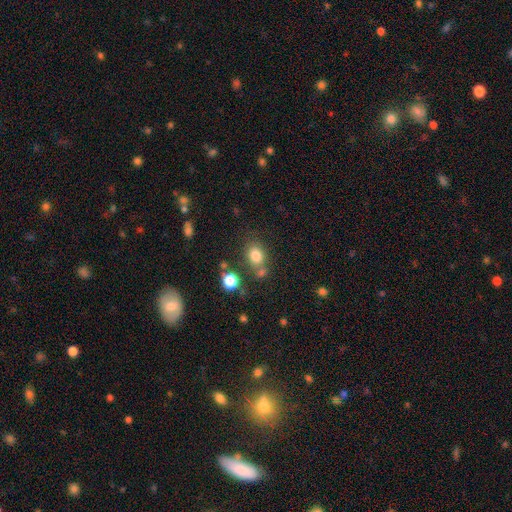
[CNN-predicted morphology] Q: Smooth or featured?
A: smooth (79%); runner-up: star or artifact (12%)
Q: How rounded?
A: in between (52%); runner-up: round (47%)
Q: Merging?
A: none (64%); runner-up: merger (17%)